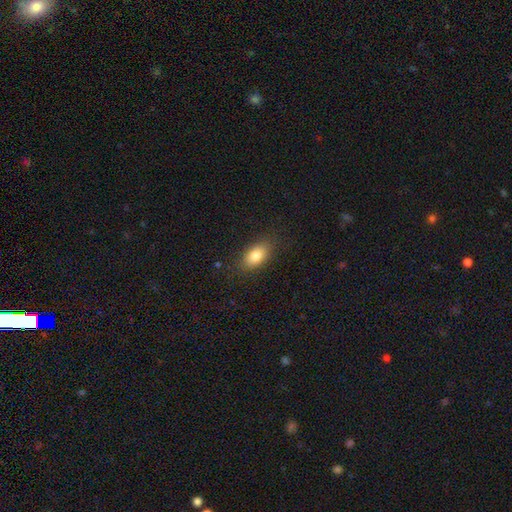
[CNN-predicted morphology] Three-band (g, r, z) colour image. It shows a smooth galaxy with no disk features (81%) that is in between round and cigar-shaped (89%). Merging: none (85%).